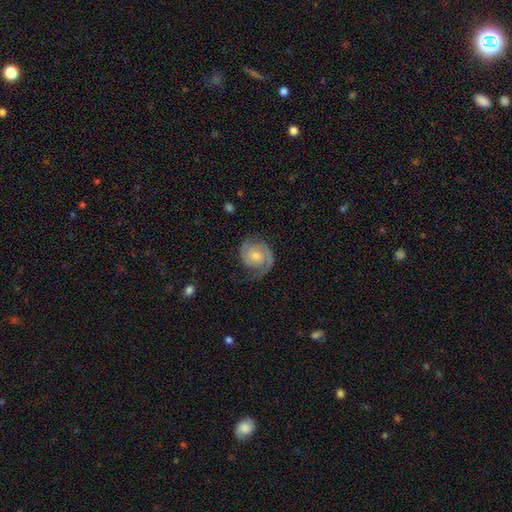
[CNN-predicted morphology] Smooth or featured?
  - featured or disk: 84% *
  - smooth: 10%
  - star or artifact: 6%
Edge-on disk?
  - no: 98% *
  - yes: 2%
Bar?
  - no: 71% *
  - weak: 24%
  - strong: 4%
Spiral arms?
  - yes: 97% *
  - no: 3%
Spiral winding?
  - tight: 55% *
  - medium: 35%
  - loose: 10%
Spiral arm count?
  - 2: 66% *
  - 1: 22%
  - can't tell: 6%
  - 3: 3%
  - 4: 1%
  - more than 4: 1%
Bulge size?
  - moderate: 48% *
  - small: 45%
  - large: 3%
  - none: 3%
  - dominant: 1%
Merging?
  - none: 71% *
  - minor disturbance: 18%
  - major disturbance: 10%
  - merger: 1%